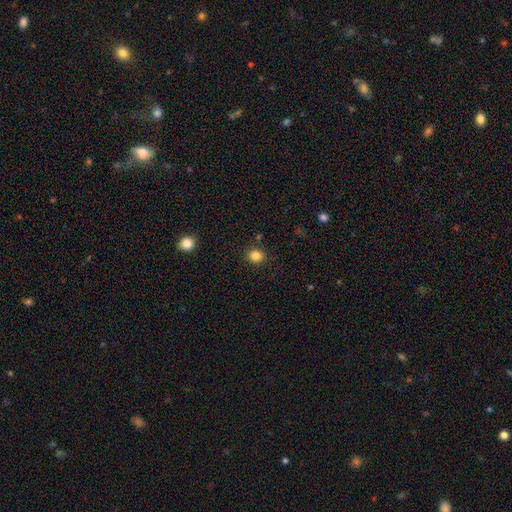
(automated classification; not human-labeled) This appears to be a smooth galaxy with no disk features (84%) that is round (84%). Merging: none (89%).